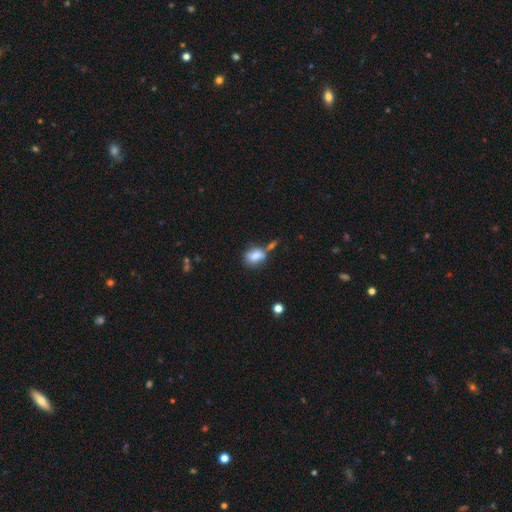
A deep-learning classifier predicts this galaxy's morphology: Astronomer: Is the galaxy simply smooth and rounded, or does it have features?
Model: smooth — 76%.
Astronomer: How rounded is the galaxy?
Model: in between — 67%.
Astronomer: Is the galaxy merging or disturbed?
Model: none — 42% (runner-up: merger, 26%).